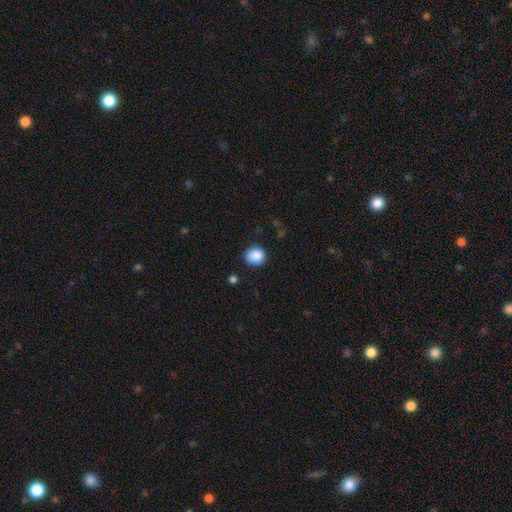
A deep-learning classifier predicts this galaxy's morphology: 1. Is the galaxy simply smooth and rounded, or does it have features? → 88% smooth, 9% star or artifact, 3% featured or disk.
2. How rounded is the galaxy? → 82% round, 17% in between, 1% cigar-shaped.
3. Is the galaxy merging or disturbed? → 85% none, 11% minor disturbance, 3% major disturbance, 1% merger.